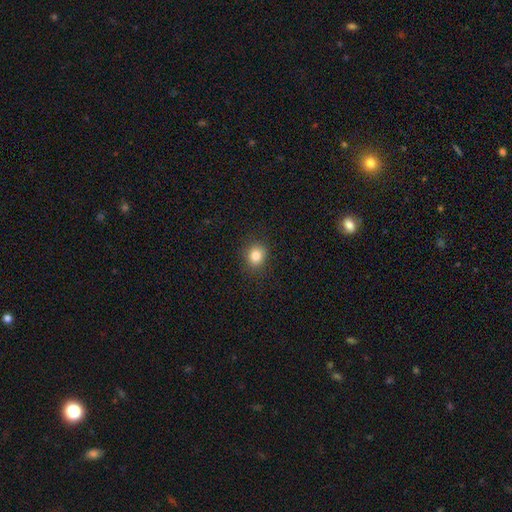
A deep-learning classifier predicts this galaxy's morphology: type=smooth (83%); roundness=round (72%); merging=none (88%).